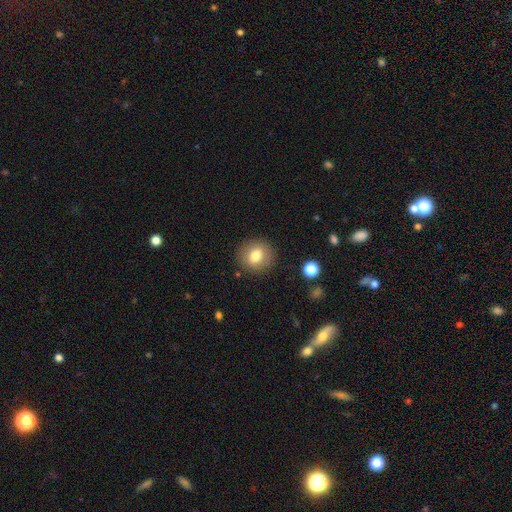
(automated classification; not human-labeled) Q: Smooth or featured?
A: smooth (76%); runner-up: featured or disk (15%)
Q: How rounded?
A: round (79%); runner-up: in between (20%)
Q: Merging?
A: none (87%); runner-up: minor disturbance (8%)